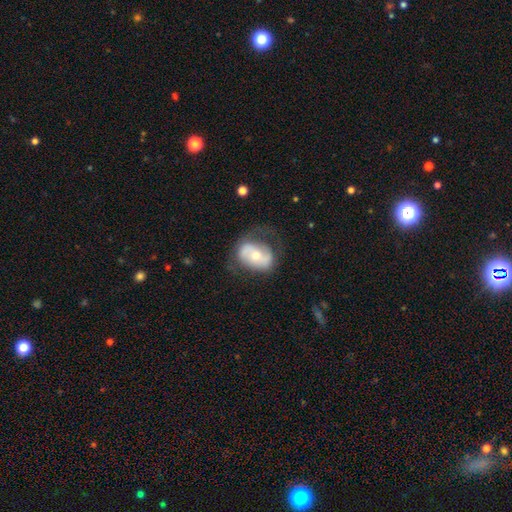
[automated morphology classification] Smooth or featured?
  - featured or disk: 55% *
  - smooth: 38%
  - star or artifact: 7%
Edge-on disk?
  - no: 94% *
  - yes: 6%
Bar?
  - no: 56% *
  - weak: 26%
  - strong: 18%
Spiral arms?
  - yes: 56% *
  - no: 44%
Bulge size?
  - moderate: 57% *
  - small: 37%
  - large: 4%
  - dominant: 1%
  - none: 1%
Merging?
  - none: 55% *
  - minor disturbance: 24%
  - major disturbance: 19%
  - merger: 2%